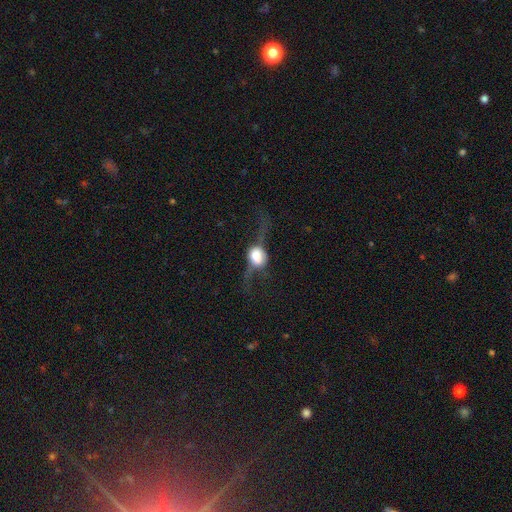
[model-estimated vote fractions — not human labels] Morphology: type=featured or disk (58%); edge-on=yes (59%); merging=major disturbance (39%, tied with none).